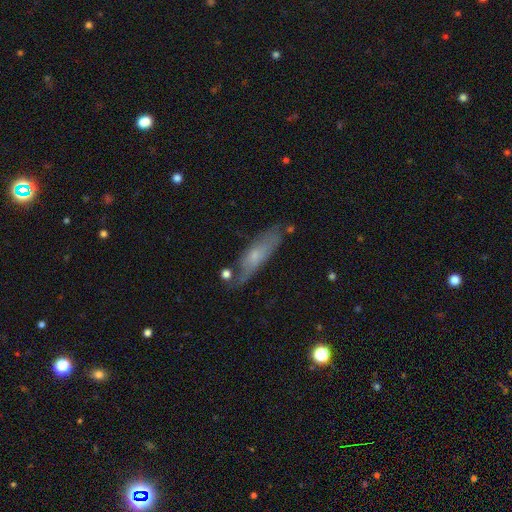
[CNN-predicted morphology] Overall: smooth (53%; featured or disk 40%). How rounded: cigar-shaped (61%; in between 36%). Merging: none (61%; minor disturbance 25%).